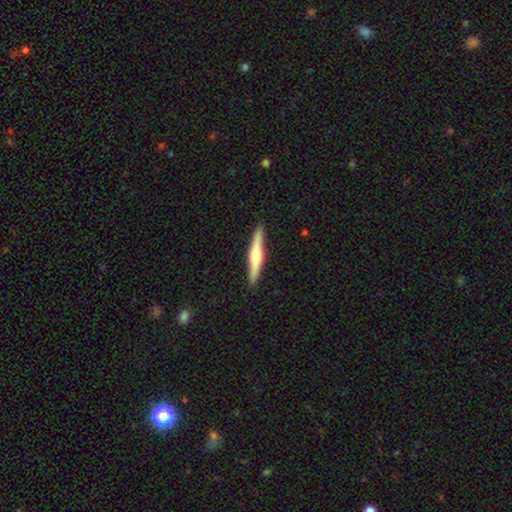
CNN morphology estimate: Q: Smooth or featured?
A: featured or disk (60%); runner-up: smooth (35%)
Q: Edge-on disk?
A: yes (97%); runner-up: no (3%)
Q: Edge-on bulge?
A: rounded (85%); runner-up: boxy (8%)
Q: Merging?
A: none (91%); runner-up: minor disturbance (6%)